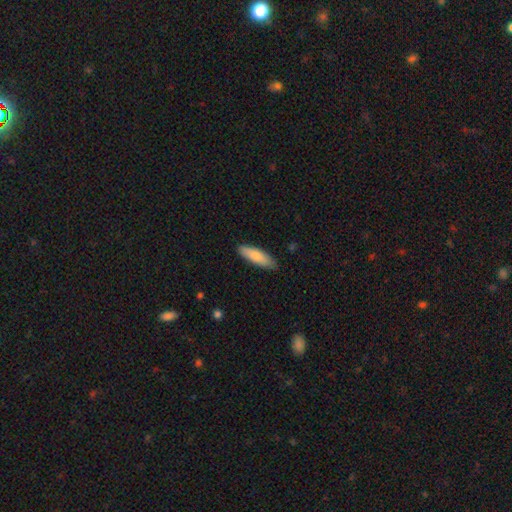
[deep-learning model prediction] smooth-or-featured: smooth: 82% | featured or disk: 12% | star or artifact: 5%
  how-rounded: cigar-shaped: 54% | in between: 44% | round: 2%
  merging: none: 87% | minor disturbance: 10% | major disturbance: 2% | merger: 1%